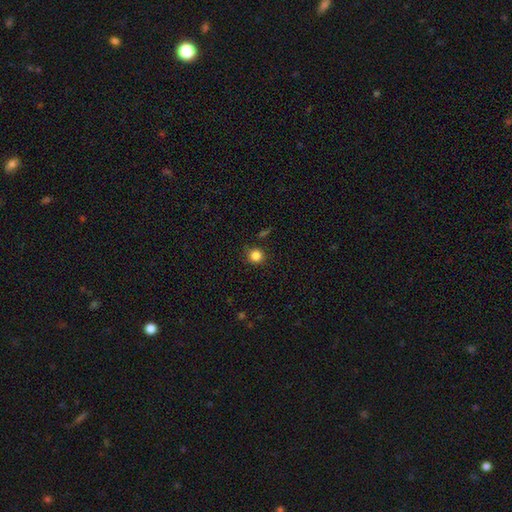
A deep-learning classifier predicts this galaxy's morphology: This appears to be a smooth galaxy with no disk features (84%) that is round (91%). Merging: none (87%).